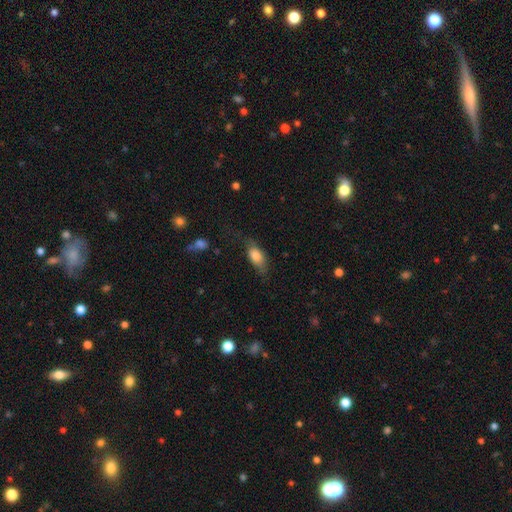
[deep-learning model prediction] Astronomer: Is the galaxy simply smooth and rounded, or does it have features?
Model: smooth — 77%.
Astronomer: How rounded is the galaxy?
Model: in between — 84%.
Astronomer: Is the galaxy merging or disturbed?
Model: none — 55%.